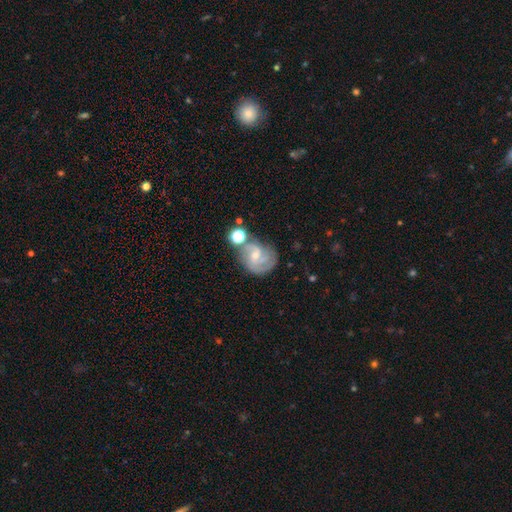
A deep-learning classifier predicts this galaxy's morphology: This appears to be a featured or disk galaxy (77%) with a weak bar (46%), 2 (41%) medium (47%) spiral arms (95%) and a small central bulge (65%). Merging: none (54%).